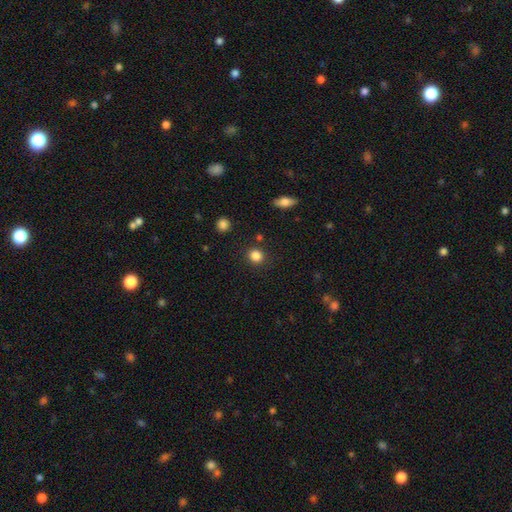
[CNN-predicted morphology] Overall: smooth (85%). How rounded: round (86%). Merging: none (88%).